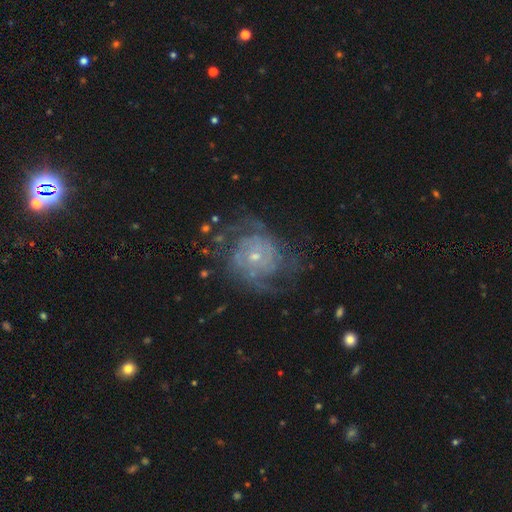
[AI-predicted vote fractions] smooth_or_featured: featured or disk (p=0.82) [alt: smooth p=0.11]
disk_edge_on: no (p=0.97) [alt: yes p=0.03]
bar: no (p=0.77) [alt: weak p=0.19]
has_spiral_arms: yes (p=0.87) [alt: no p=0.13]
spiral_winding: tight (p=0.54) [alt: medium p=0.34]
spiral_arm_count: can't tell (p=0.37) [alt: 2 p=0.32]
bulge_size: small (p=0.65) [alt: moderate p=0.31]
merging: none (p=0.63) [alt: minor disturbance p=0.18]